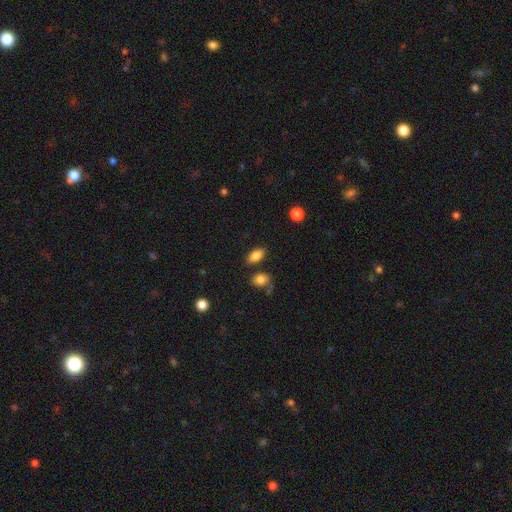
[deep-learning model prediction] smooth-or-featured: smooth: 83% | star or artifact: 9% | featured or disk: 8%
  how-rounded: in between: 90% | round: 6% | cigar-shaped: 4%
  merging: none: 80% | minor disturbance: 11% | merger: 6% | major disturbance: 3%